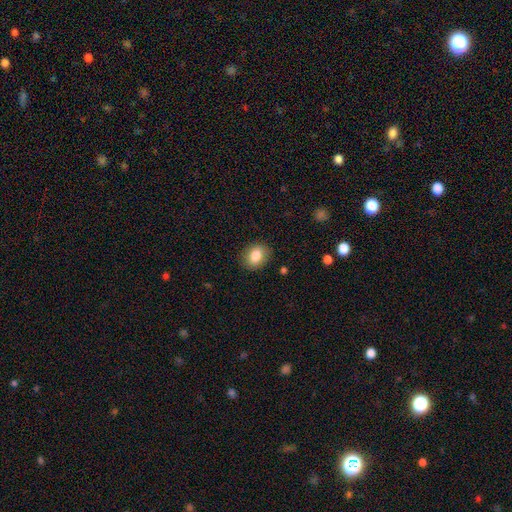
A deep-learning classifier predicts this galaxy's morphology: A smooth galaxy with no disk features (84%) that is in between round and cigar-shaped (57%).

Vote fractions:
- Smooth or featured? smooth: 84% / star or artifact: 9% / featured or disk: 8%
- How rounded? in between: 57% / round: 42% / cigar-shaped: 1%
- Merging? none: 86% / minor disturbance: 10% / major disturbance: 3% / merger: 1%